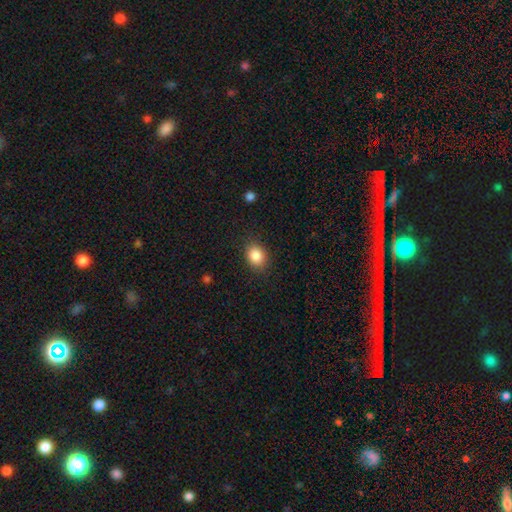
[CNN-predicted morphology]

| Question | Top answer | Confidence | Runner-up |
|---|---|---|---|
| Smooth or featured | smooth | 87% | star or artifact (9%) |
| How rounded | in between | 56% | round (43%) |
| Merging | none | 84% | minor disturbance (11%) |